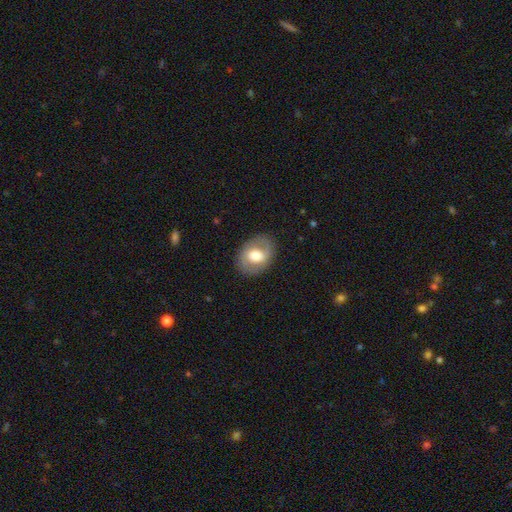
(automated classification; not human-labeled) The model was most divided on "smooth or featured": featured or disk: 49%, smooth: 44%, star or artifact: 7%. More confident: merging — none (83%).